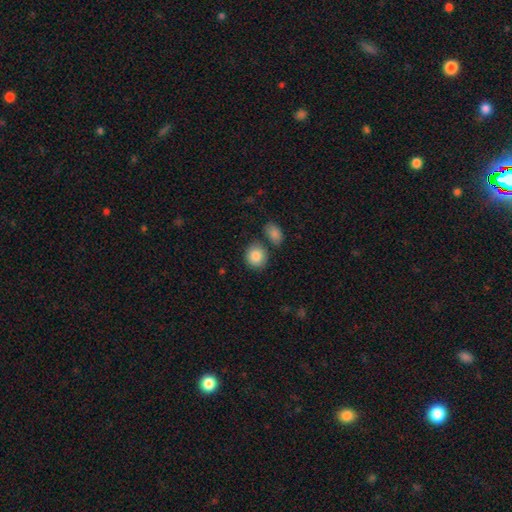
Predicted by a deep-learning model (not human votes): smooth 87%, star or artifact 7%, featured or disk 6%. Down the decision tree: how rounded — round (76%); merging — none (72%).